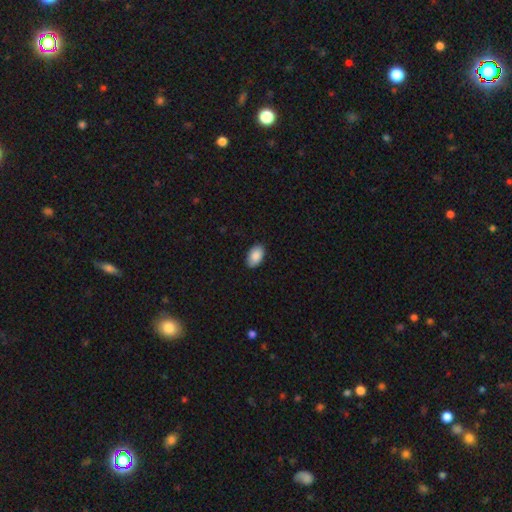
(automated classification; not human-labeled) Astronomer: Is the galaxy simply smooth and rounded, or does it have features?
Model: smooth — 90%.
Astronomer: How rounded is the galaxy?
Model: in between — 94%.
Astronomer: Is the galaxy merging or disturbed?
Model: none — 88%.